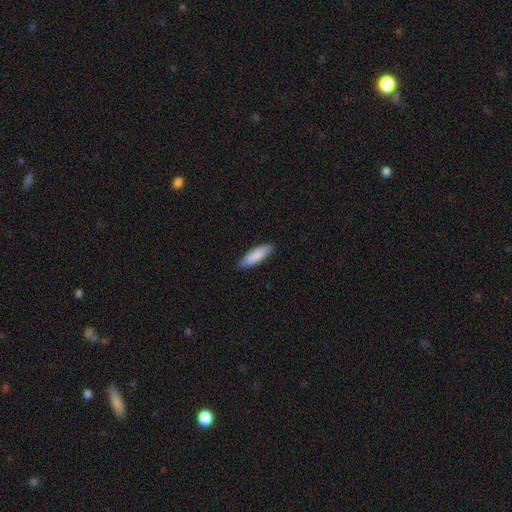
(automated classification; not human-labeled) smooth 86%, featured or disk 8%, star or artifact 5%. Down the decision tree: how rounded — cigar-shaped (53%); merging — none (87%).